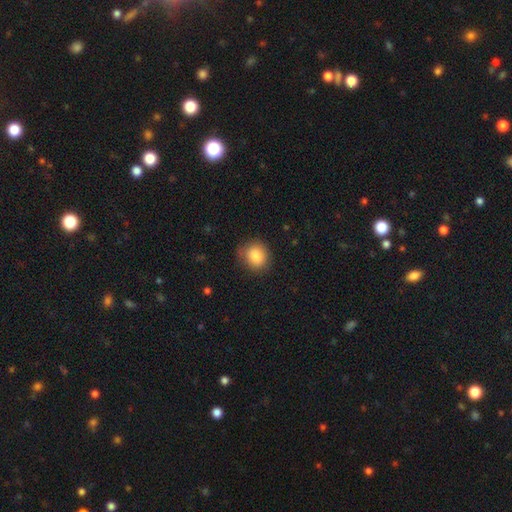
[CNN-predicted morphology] Q: Smooth or featured?
A: smooth (85%); runner-up: star or artifact (8%)
Q: How rounded?
A: round (74%); runner-up: in between (25%)
Q: Merging?
A: none (76%); runner-up: minor disturbance (18%)